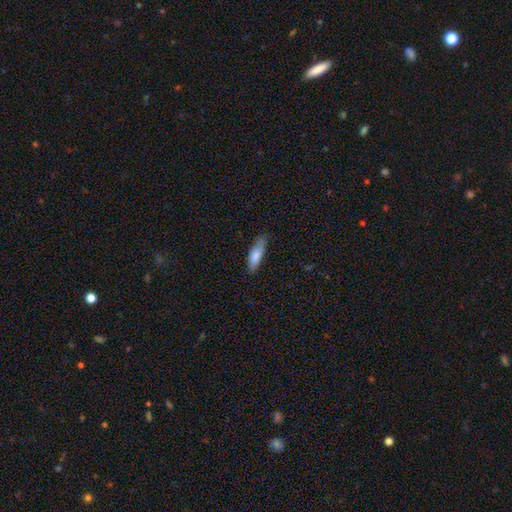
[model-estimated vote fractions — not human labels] Overall: smooth (80%). How rounded: cigar-shaped (53%; in between 46%). Merging: none (77%).